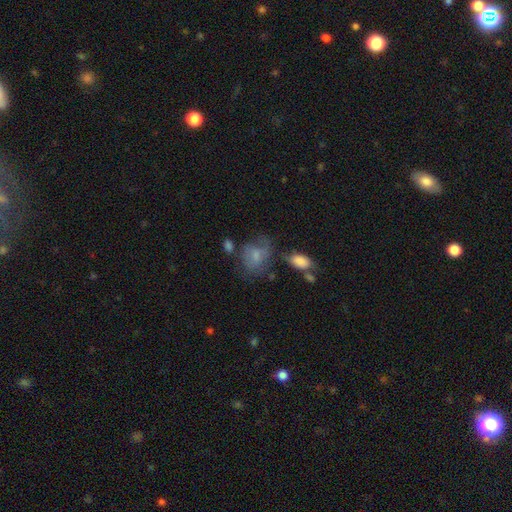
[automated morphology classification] Smooth or featured? Predicted: smooth (p=0.61). How rounded? Predicted: in between (p=0.57). Merging? Predicted: none (p=0.42).